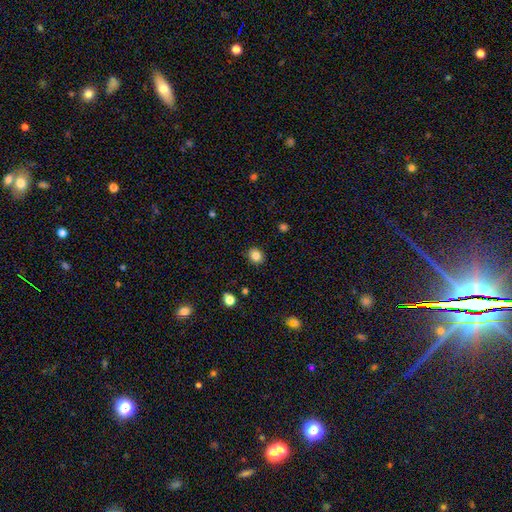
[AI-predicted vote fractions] smooth_or_featured: smooth (p=0.84) [alt: star or artifact p=0.11]
how_rounded: round (p=0.73) [alt: in between p=0.26]
merging: none (p=0.90) [alt: minor disturbance p=0.07]